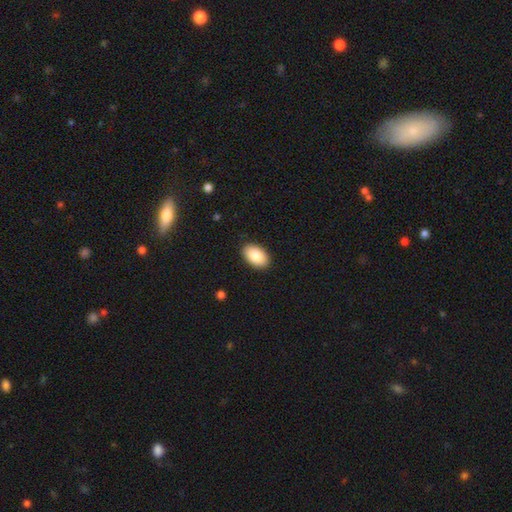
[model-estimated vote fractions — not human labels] smooth-or-featured: smooth: 89% | star or artifact: 6% | featured or disk: 5%
  how-rounded: in between: 93% | round: 6% | cigar-shaped: 1%
  merging: none: 89% | minor disturbance: 8% | major disturbance: 2% | merger: 1%